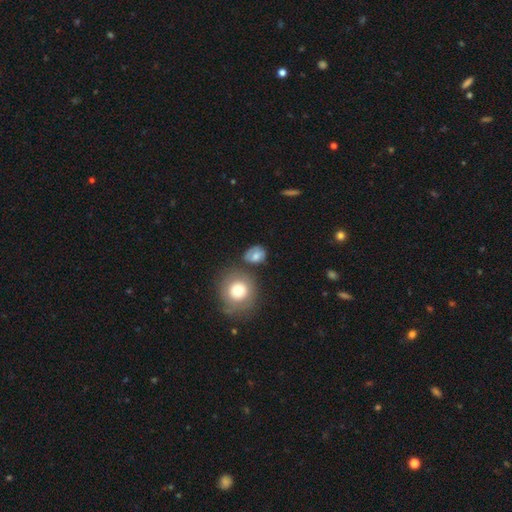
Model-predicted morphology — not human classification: type=smooth (66%); roundness=in between (49%, tied with round); merging=none (60%).